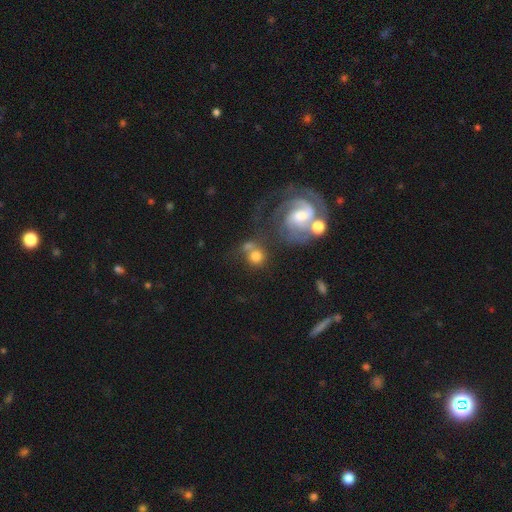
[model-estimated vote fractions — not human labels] Smooth or featured? Predicted: smooth (p=0.60). How rounded? Predicted: round (p=0.83). Merging? Predicted: none (p=0.46).